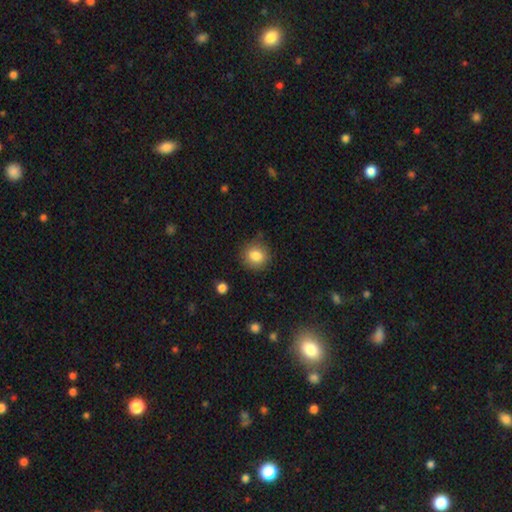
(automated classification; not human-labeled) Morphology: type=smooth (83%); roundness=round (87%); merging=none (85%).